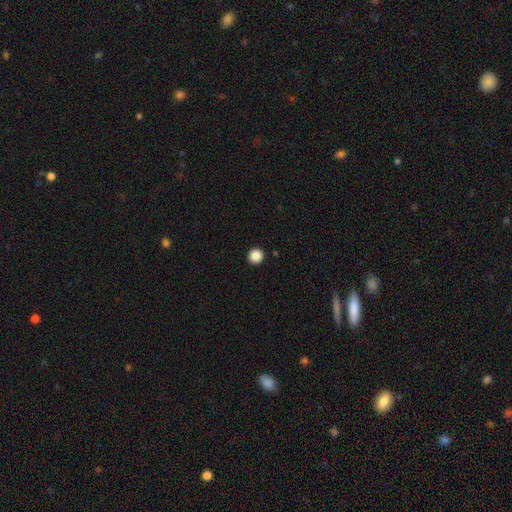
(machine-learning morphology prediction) Q: Smooth or featured?
A: smooth (88%); runner-up: star or artifact (10%)
Q: How rounded?
A: round (96%); runner-up: in between (3%)
Q: Merging?
A: none (94%); runner-up: minor disturbance (4%)